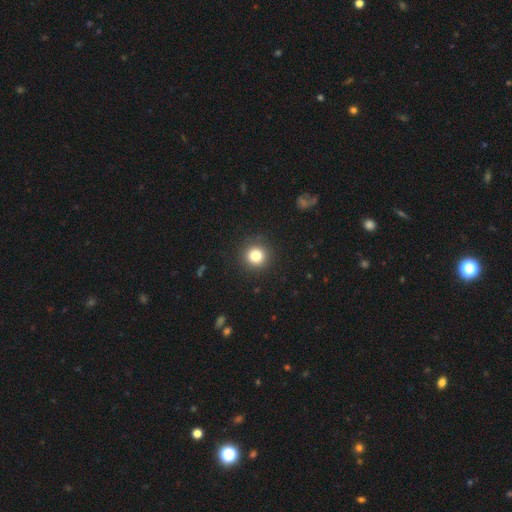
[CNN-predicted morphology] Smooth or featured? Predicted: smooth (p=0.81). How rounded? Predicted: round (p=0.94). Merging? Predicted: none (p=0.90).